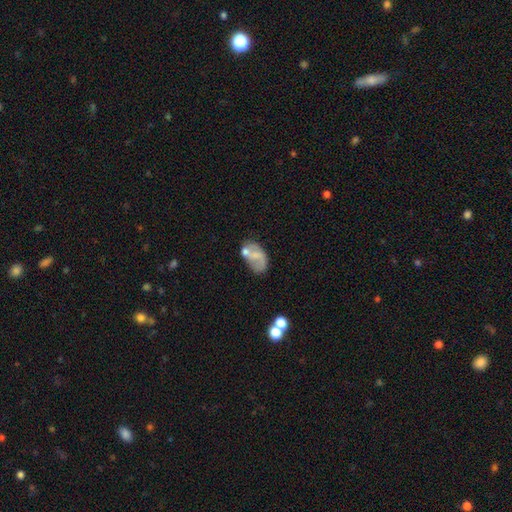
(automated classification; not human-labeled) This appears to be a smooth galaxy with no disk features (49%). Merging: none (39%).